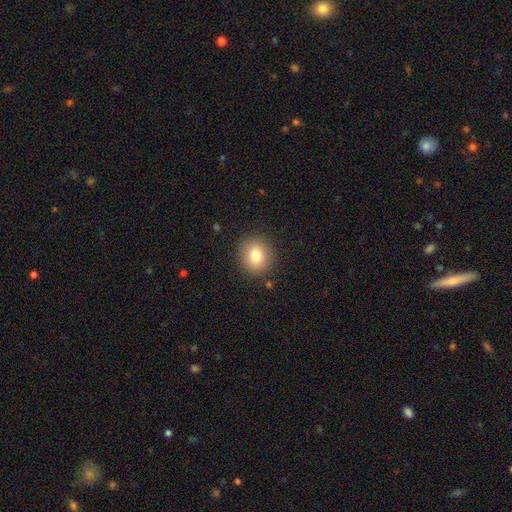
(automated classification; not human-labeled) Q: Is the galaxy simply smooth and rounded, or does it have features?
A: smooth — 80%.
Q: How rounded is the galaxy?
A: round — 84%.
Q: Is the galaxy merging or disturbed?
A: none — 89%.